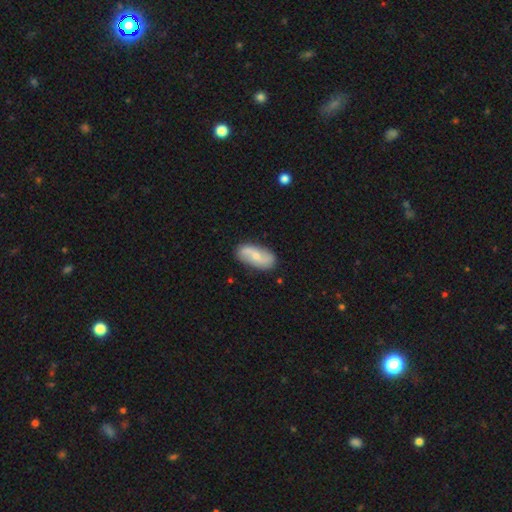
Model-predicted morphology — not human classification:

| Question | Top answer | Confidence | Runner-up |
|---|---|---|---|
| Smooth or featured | featured or disk | 55% | smooth (39%) |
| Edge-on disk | no | 93% | yes (7%) |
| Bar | no | 50% | weak (38%) |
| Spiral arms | yes | 86% | no (14%) |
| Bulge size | small | 56% | moderate (37%) |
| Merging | none | 81% | minor disturbance (14%) |